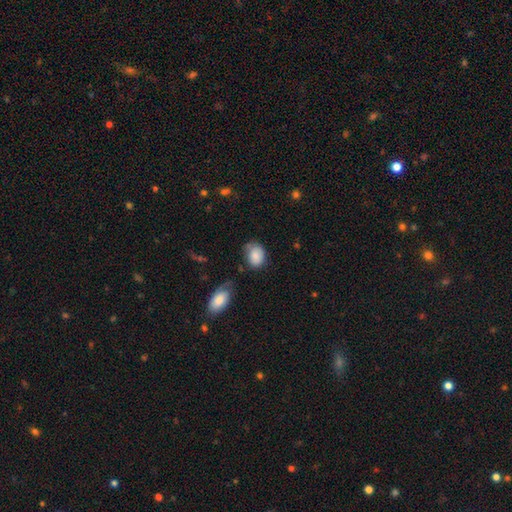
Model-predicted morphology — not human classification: Q: Smooth or featured?
A: smooth (83%); runner-up: featured or disk (10%)
Q: How rounded?
A: in between (69%); runner-up: round (29%)
Q: Merging?
A: none (52%); runner-up: minor disturbance (32%)